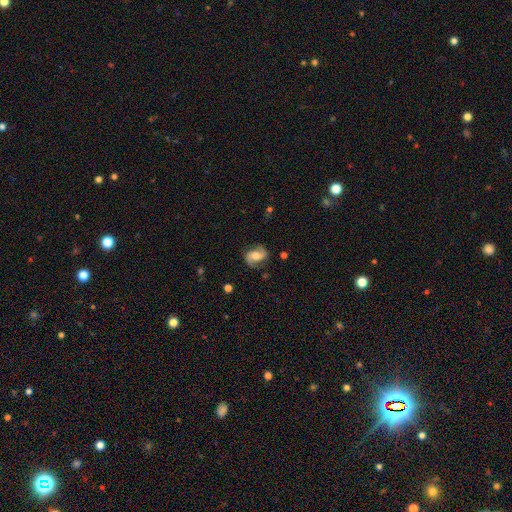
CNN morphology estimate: This is likely a featured or disk galaxy (75%). It is clearly not viewed edge-on (97%). Bar: possibly no (49%). Spiral arm pattern: clearly yes (94%). Spiral arm count: clearly 2 (91%). Spiral winding: marginally loose (43%). Central bulge: possibly moderate (53%). Merging: likely none (77%).